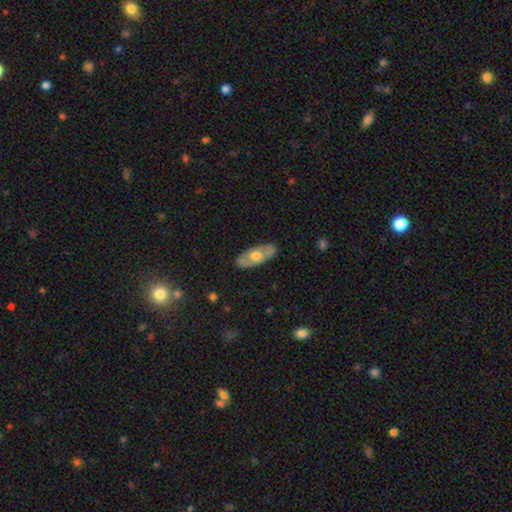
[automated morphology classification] featured or disk 51%, smooth 44%, star or artifact 5%. Down the decision tree: edge-on disk — no (77%); merging — none (83%).